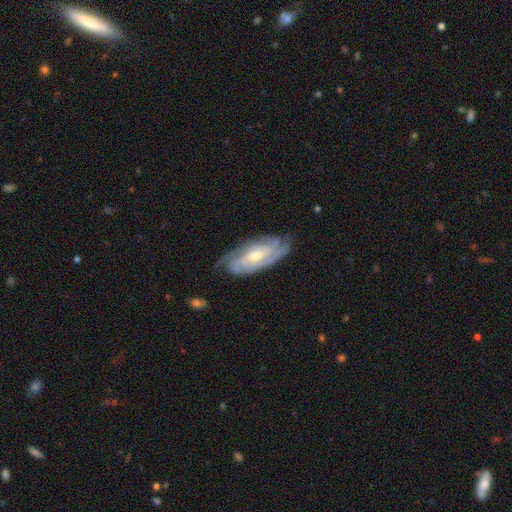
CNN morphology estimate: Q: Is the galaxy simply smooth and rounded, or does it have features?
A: featured or disk — 86%.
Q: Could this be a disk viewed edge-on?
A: no — 92%.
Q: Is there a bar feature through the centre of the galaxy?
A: no — 48%.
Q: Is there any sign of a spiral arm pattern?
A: yes — 96%.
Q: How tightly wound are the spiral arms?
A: tight — 67%.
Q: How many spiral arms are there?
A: can't tell — 28%, tied with 2.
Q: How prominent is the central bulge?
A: moderate — 55%.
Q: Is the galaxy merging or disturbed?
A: none — 75%.